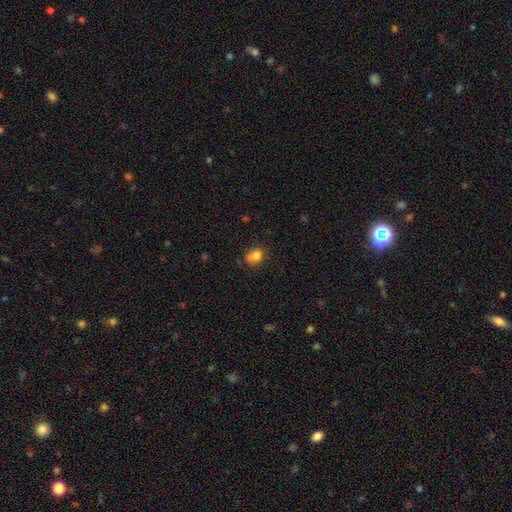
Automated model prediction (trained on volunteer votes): Smooth or featured?
  - smooth: 77% *
  - star or artifact: 12%
  - featured or disk: 11%
How rounded?
  - round: 61% *
  - in between: 38%
  - cigar-shaped: 1%
Merging?
  - none: 50% *
  - merger: 23%
  - minor disturbance: 20%
  - major disturbance: 7%